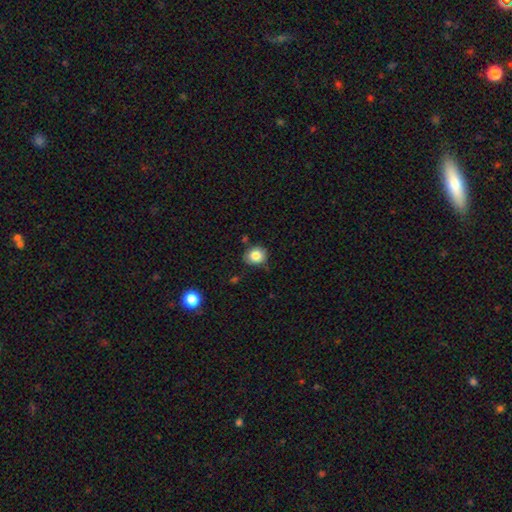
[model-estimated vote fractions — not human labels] This is clearly a smooth galaxy (84%). How rounded: likely round (74%). Merging: likely none (77%).